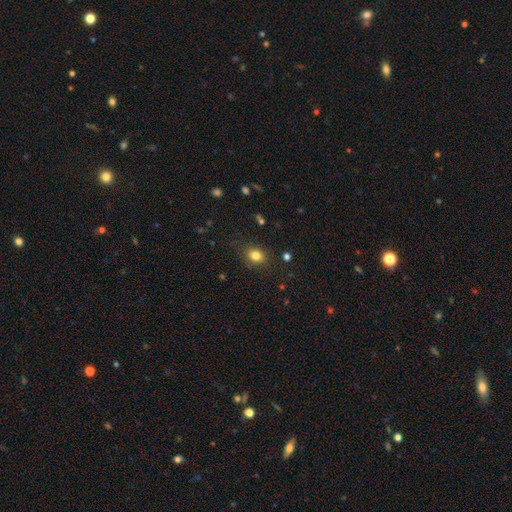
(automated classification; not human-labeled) Morphology: type=smooth (81%); roundness=round (56%); merging=none (81%).